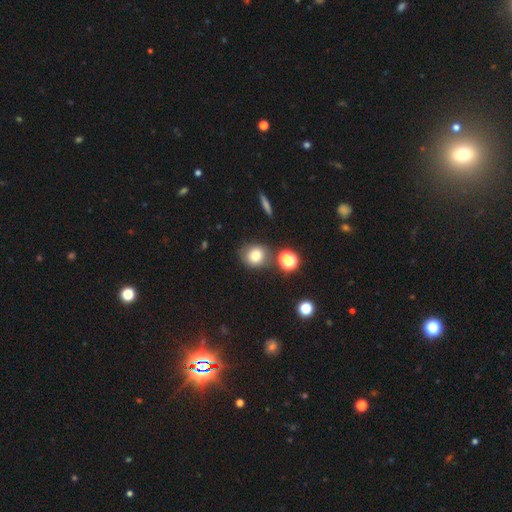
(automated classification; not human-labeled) Smooth or featured?
  - smooth: 77% *
  - star or artifact: 14%
  - featured or disk: 9%
How rounded?
  - round: 74% *
  - in between: 24%
  - cigar-shaped: 1%
Merging?
  - none: 72% *
  - minor disturbance: 14%
  - merger: 10%
  - major disturbance: 4%